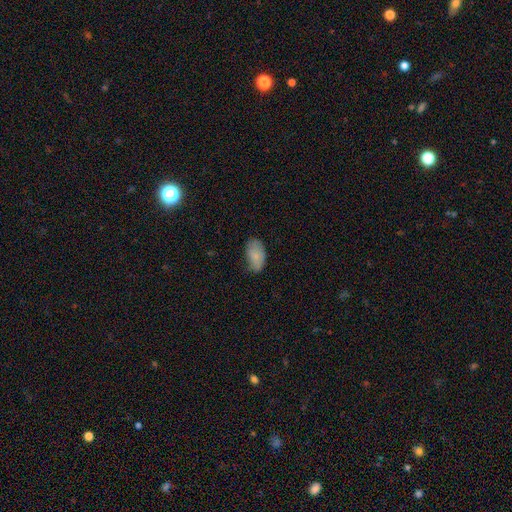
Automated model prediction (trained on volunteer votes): smooth 82%, featured or disk 11%, star or artifact 7%. Down the decision tree: how rounded — in between (94%); merging — none (64%).